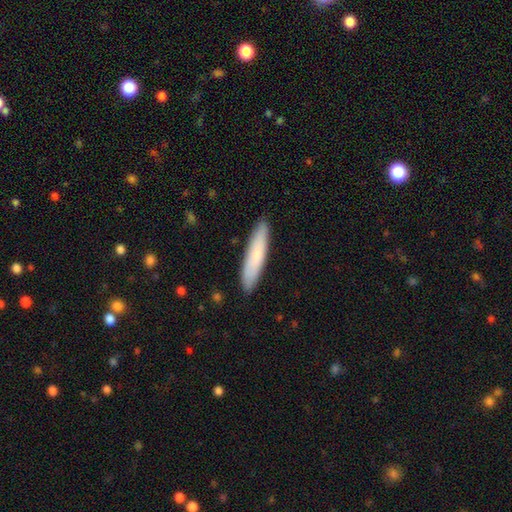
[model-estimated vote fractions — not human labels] smooth-or-featured: smooth: 73% | featured or disk: 22% | star or artifact: 5%
  how-rounded: cigar-shaped: 86% | in between: 13% | round: 1%
  merging: none: 90% | minor disturbance: 8% | major disturbance: 1% | merger: 1%